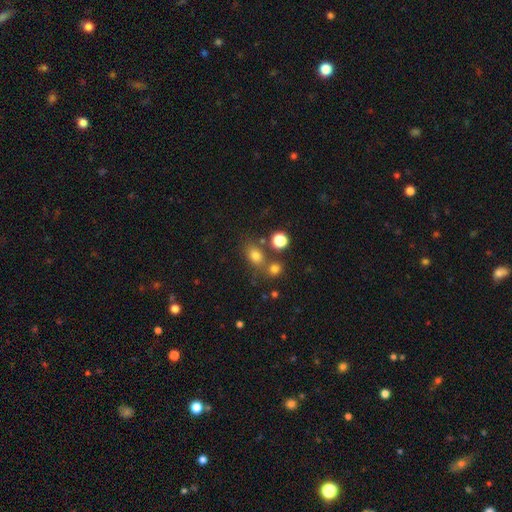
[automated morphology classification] Overall: smooth (75%). How rounded: in between (63%; round 35%). Merging: none (61%).